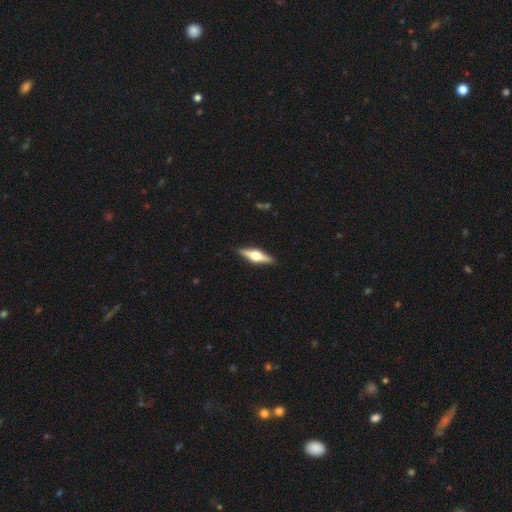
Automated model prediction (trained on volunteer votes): A featured or disk galaxy (71%) viewed edge-on (97%) with a rounded central bulge (94%). Merging: none (90%).